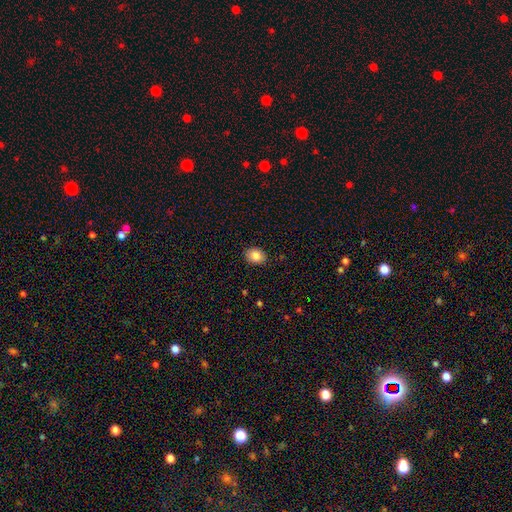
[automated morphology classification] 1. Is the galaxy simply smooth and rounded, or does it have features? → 84% smooth, 8% star or artifact, 7% featured or disk.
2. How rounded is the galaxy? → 60% in between, 39% round, 1% cigar-shaped.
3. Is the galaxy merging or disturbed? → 87% none, 10% minor disturbance, 2% major disturbance, 1% merger.